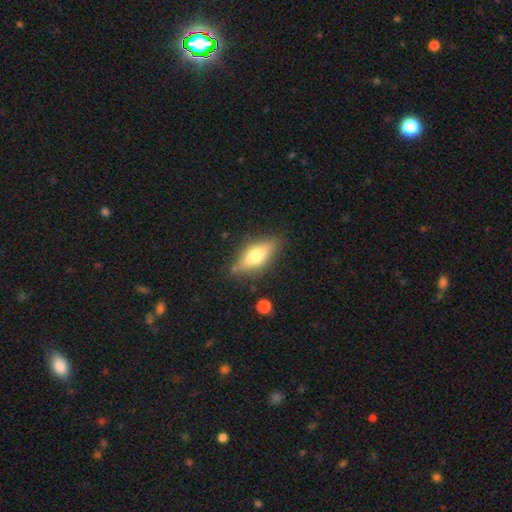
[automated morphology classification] This appears to be a smooth galaxy with no disk features (56%) that is in between round and cigar-shaped (63%). Merging: none (79%).